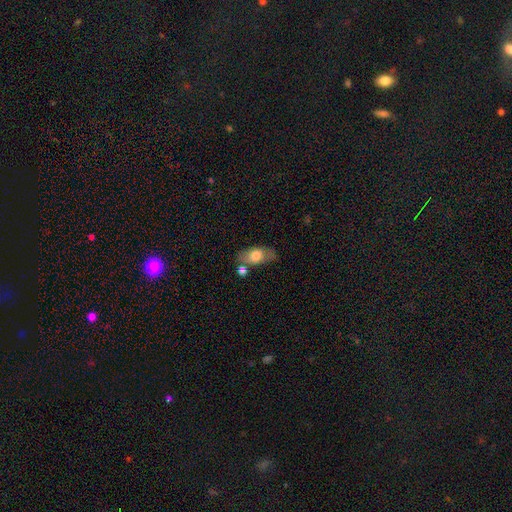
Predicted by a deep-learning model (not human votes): A smooth galaxy with no disk features (69%) that is in between round and cigar-shaped (87%).

Vote fractions:
- Smooth or featured? smooth: 69% / featured or disk: 25% / star or artifact: 7%
- How rounded? in between: 87% / round: 7% / cigar-shaped: 6%
- Merging? none: 64% / minor disturbance: 18% / merger: 12% / major disturbance: 6%